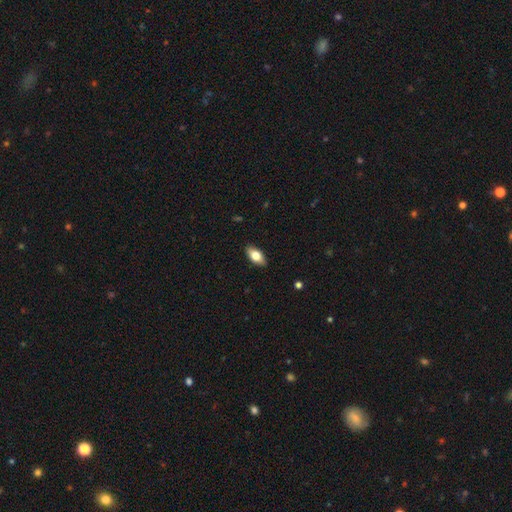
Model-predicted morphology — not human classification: smooth-or-featured: smooth: 73% | featured or disk: 21% | star or artifact: 7%
  how-rounded: in between: 89% | cigar-shaped: 7% | round: 4%
  merging: none: 89% | minor disturbance: 9% | major disturbance: 2% | merger: 1%